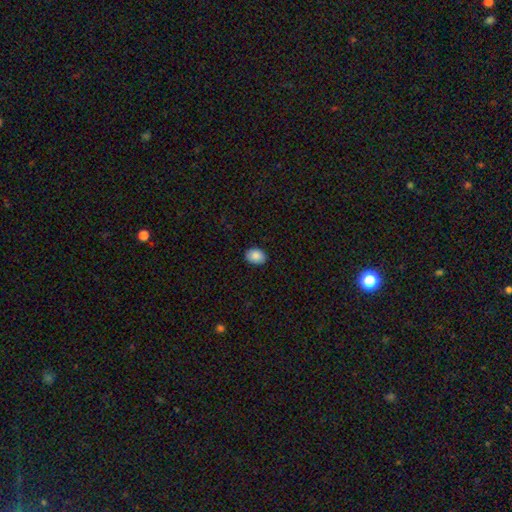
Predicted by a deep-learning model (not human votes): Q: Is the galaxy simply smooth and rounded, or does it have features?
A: smooth — 89%.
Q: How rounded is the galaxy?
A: in between — 74%.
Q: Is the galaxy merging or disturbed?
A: none — 89%.